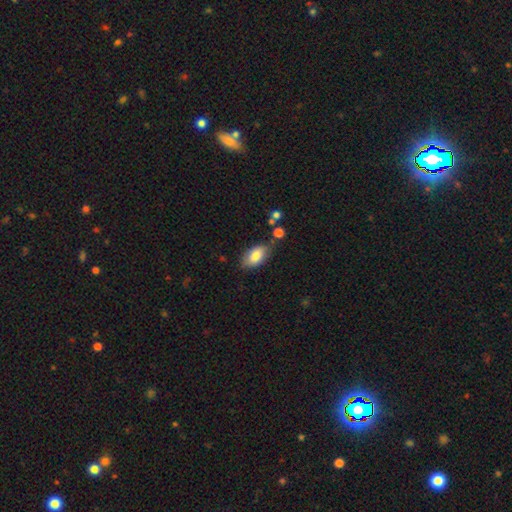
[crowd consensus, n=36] smooth 89%, featured or disk 8%, star or artifact 3%. Down the decision tree: how rounded — in between (91%); merging — none (80%).